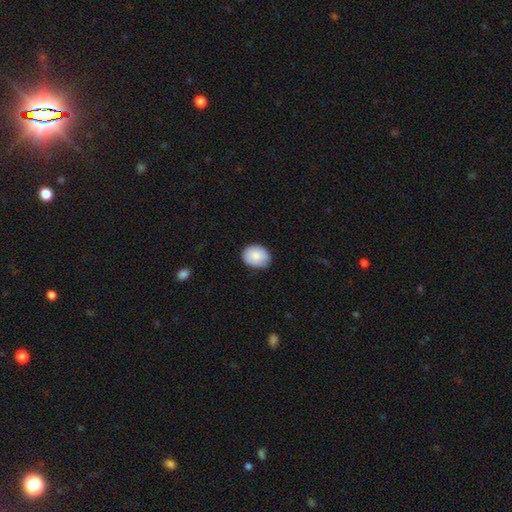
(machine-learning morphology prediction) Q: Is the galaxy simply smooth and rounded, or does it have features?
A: smooth — 85%.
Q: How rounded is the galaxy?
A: in between — 57%.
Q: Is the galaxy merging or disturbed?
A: none — 79%.